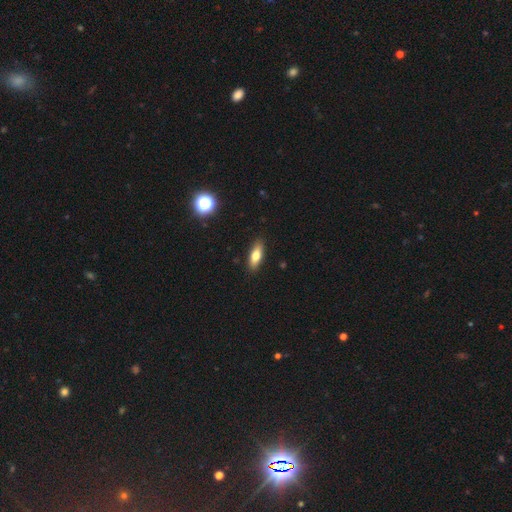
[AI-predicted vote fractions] Morphology: type=smooth (72%); roundness=in between (60%); merging=none (89%).